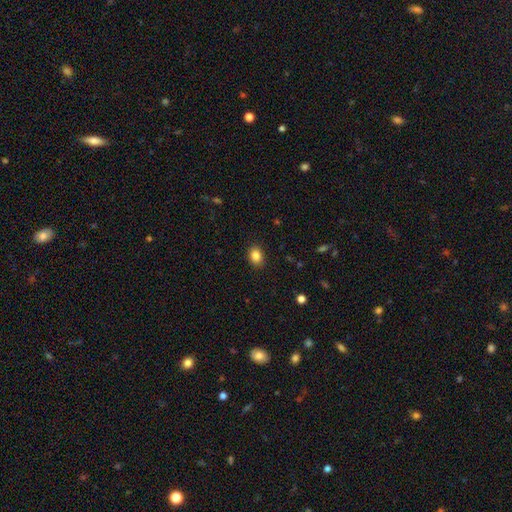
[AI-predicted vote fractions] Q: Smooth or featured?
A: smooth (86%); runner-up: star or artifact (10%)
Q: How rounded?
A: in between (60%); runner-up: round (39%)
Q: Merging?
A: none (88%); runner-up: minor disturbance (8%)